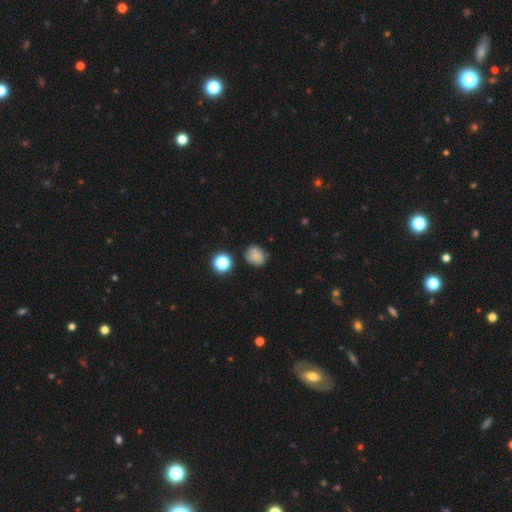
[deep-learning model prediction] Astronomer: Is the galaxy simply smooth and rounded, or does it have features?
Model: smooth — 76%.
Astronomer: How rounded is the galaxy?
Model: round — 70%.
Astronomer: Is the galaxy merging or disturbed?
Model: none — 72%.